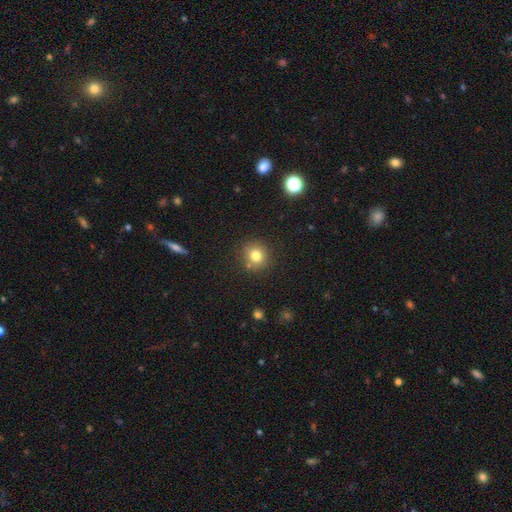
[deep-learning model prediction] smooth-or-featured: smooth: 79% | star or artifact: 13% | featured or disk: 8%
  how-rounded: round: 89% | in between: 10% | cigar-shaped: 1%
  merging: none: 82% | minor disturbance: 9% | merger: 5% | major disturbance: 3%